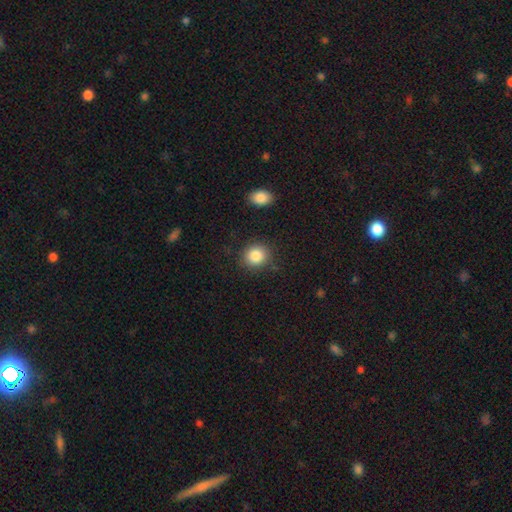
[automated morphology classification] Smooth or featured? smooth (85%)
How rounded? round (82%)
Merging? none (85%)